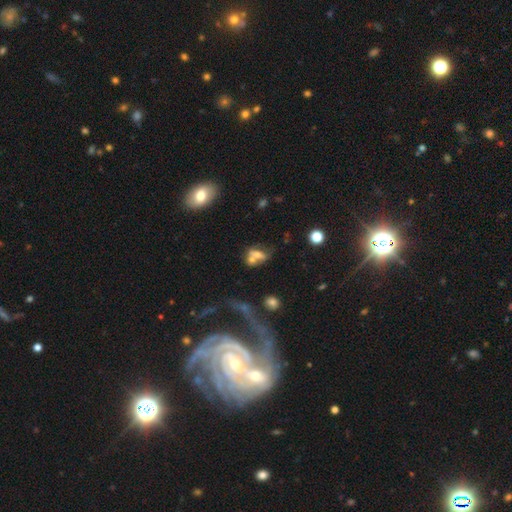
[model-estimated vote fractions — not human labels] This appears to be a smooth galaxy with no disk features (52%) that is in between round and cigar-shaped (65%). Merging: merger (56%).